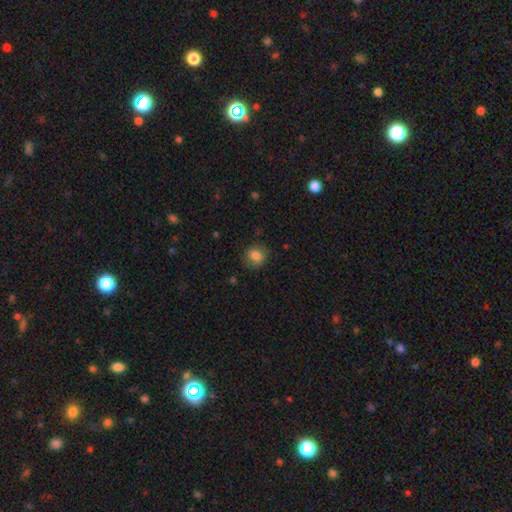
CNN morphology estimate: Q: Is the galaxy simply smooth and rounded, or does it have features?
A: smooth — 81%.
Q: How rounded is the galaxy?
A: round — 72%.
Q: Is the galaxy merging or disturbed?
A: none — 79%.